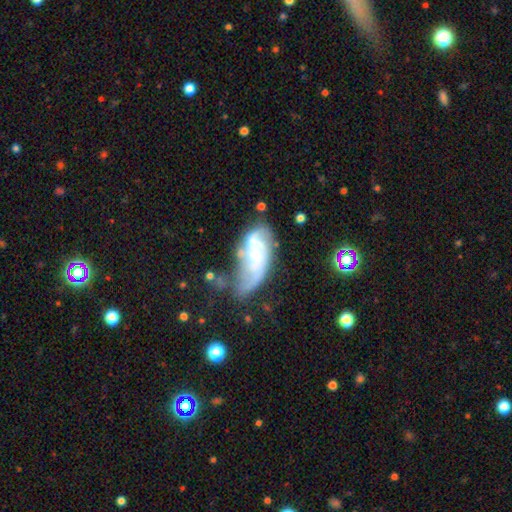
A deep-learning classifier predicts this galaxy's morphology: Smooth or featured?
  - featured or disk: 67% *
  - smooth: 24%
  - star or artifact: 9%
Edge-on disk?
  - no: 94% *
  - yes: 6%
Bar?
  - no: 59% *
  - weak: 31%
  - strong: 10%
Spiral arms?
  - yes: 74% *
  - no: 26%
Bulge size?
  - small: 41% *
  - moderate: 40%
  - none: 9%
  - large: 8%
  - dominant: 2%
Merging?
  - major disturbance: 34% *
  - none: 26%
  - minor disturbance: 22%
  - merger: 18%